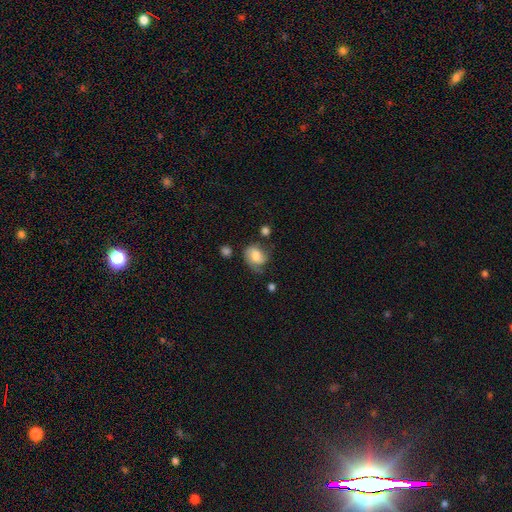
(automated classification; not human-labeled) A smooth galaxy with no disk features (58%) that is in between round and cigar-shaped (59%). Merging: none (47%).